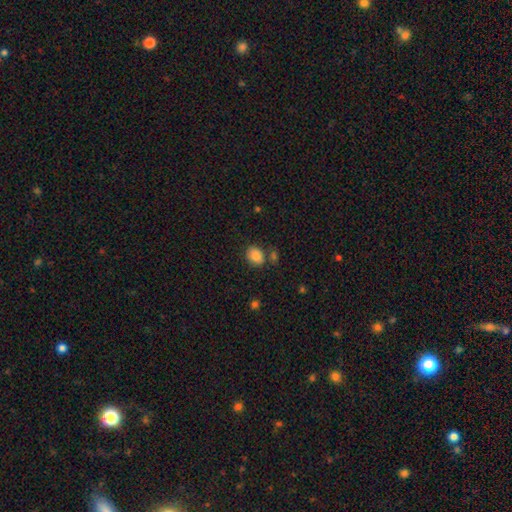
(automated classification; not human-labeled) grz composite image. It shows a smooth galaxy with no disk features (85%) that is in between round and cigar-shaped (57%). Merging: none (73%).